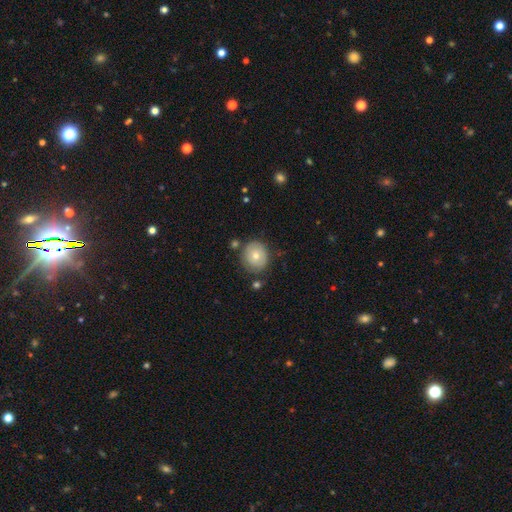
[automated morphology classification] Smooth or featured?
  - smooth: 61% *
  - featured or disk: 29%
  - star or artifact: 10%
How rounded?
  - round: 85% *
  - in between: 14%
  - cigar-shaped: 1%
Merging?
  - none: 79% *
  - minor disturbance: 13%
  - merger: 4%
  - major disturbance: 4%